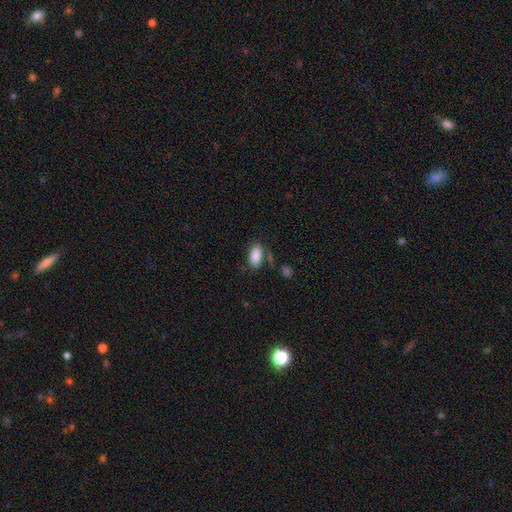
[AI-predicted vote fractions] Q: Smooth or featured?
A: smooth (87%); runner-up: star or artifact (8%)
Q: How rounded?
A: in between (92%); runner-up: cigar-shaped (4%)
Q: Merging?
A: none (70%); runner-up: minor disturbance (17%)